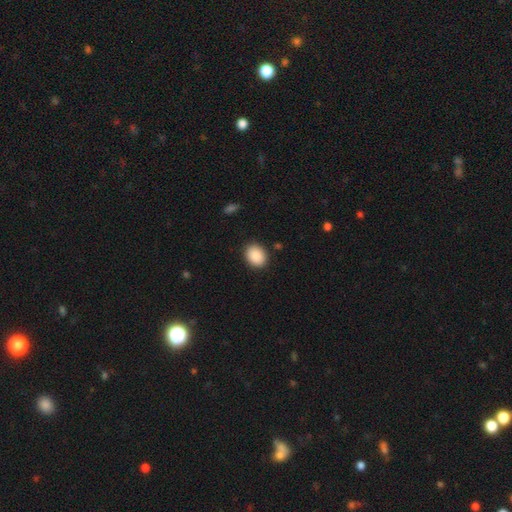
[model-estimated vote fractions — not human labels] Smooth or featured? Predicted: smooth (p=0.90). How rounded? Predicted: in between (p=0.53). Merging? Predicted: none (p=0.89).